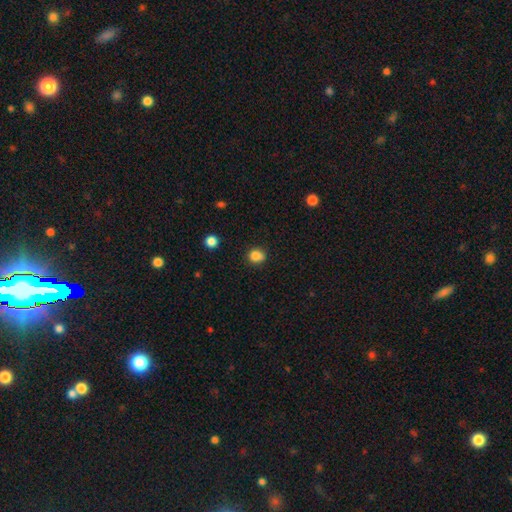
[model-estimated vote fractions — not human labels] Q: Smooth or featured?
A: smooth (83%); runner-up: star or artifact (12%)
Q: How rounded?
A: round (71%); runner-up: in between (28%)
Q: Merging?
A: none (72%); runner-up: minor disturbance (19%)